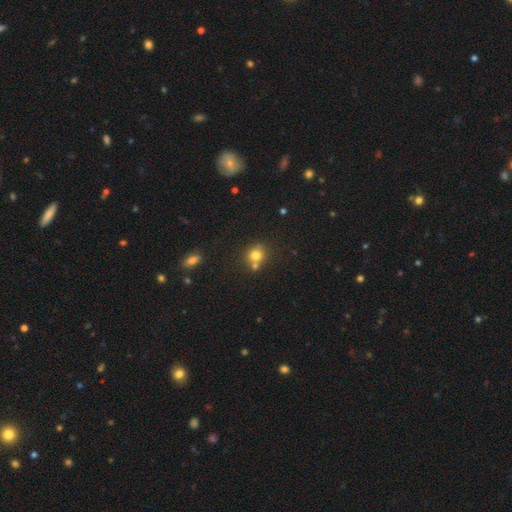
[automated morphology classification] smooth_or_featured: smooth (p=0.76) [alt: star or artifact p=0.13]
how_rounded: round (p=0.80) [alt: in between p=0.19]
merging: none (p=0.55) [alt: merger p=0.31]